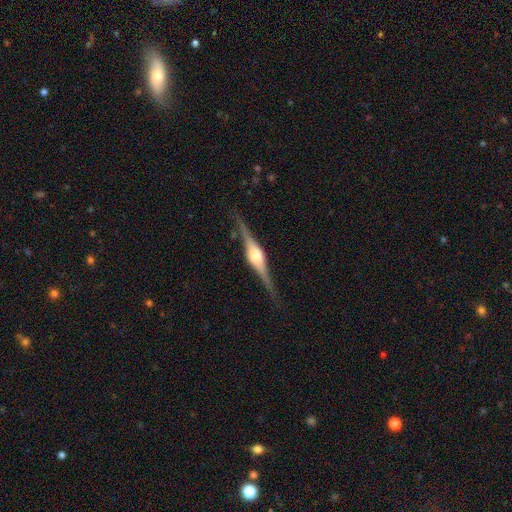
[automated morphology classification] Smooth or featured: featured or disk — 86% (smooth — 9%)
Edge-on disk: yes — 98% (no — 2%)
Edge-on bulge: rounded — 84% (boxy — 15%)
Merging: none — 86% (minor disturbance — 10%)